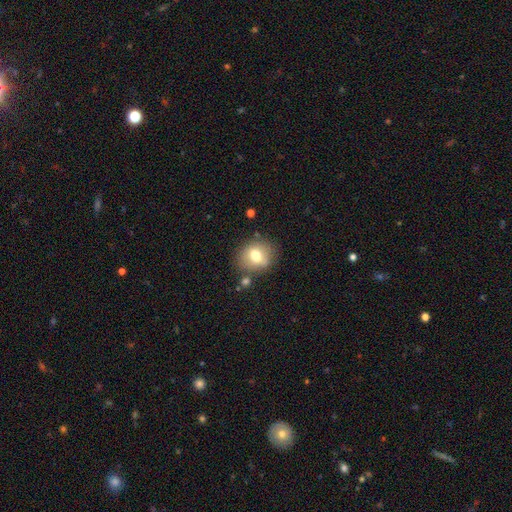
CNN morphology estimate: Smooth or featured? smooth (69%)
How rounded? round (68%)
Merging? none (75%)